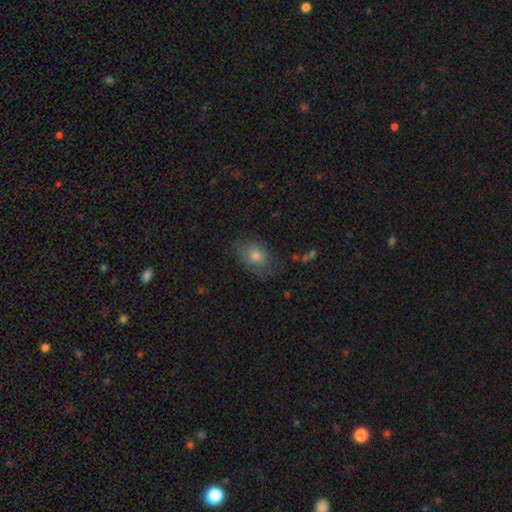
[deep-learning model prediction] This appears to be a smooth galaxy with no disk features (74%) that is in between round and cigar-shaped (74%). Merging: none (70%).